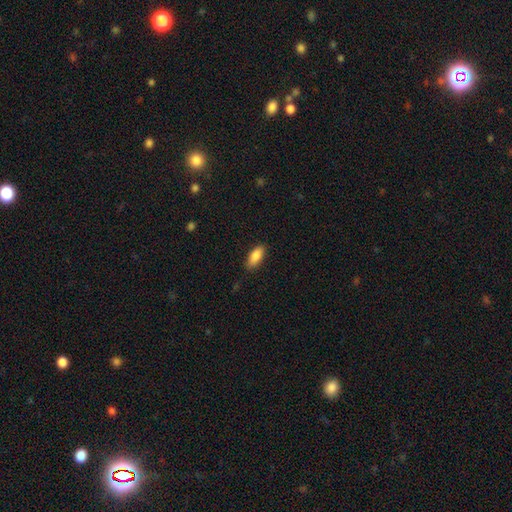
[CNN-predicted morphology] smooth 87%, star or artifact 6%, featured or disk 6%. Down the decision tree: how rounded — in between (82%); merging — none (85%).